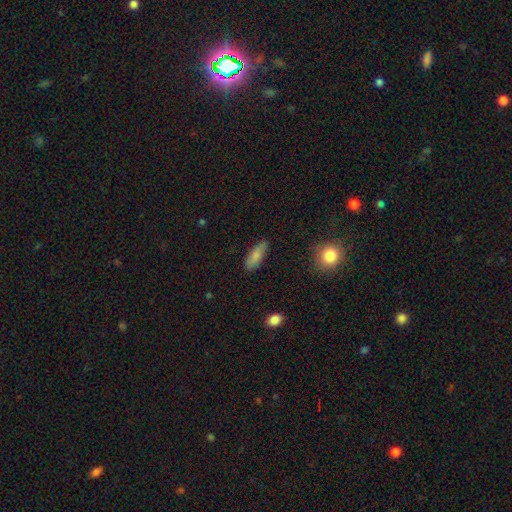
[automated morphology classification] This appears to be a smooth galaxy with no disk features (81%) that is in between round and cigar-shaped (63%). Merging: none (82%).